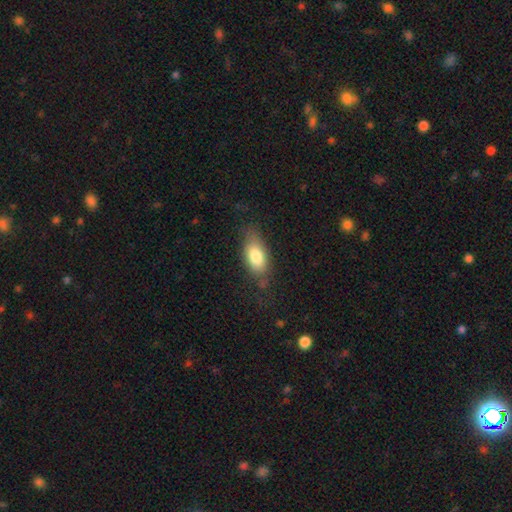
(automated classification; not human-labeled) smooth-or-featured: smooth: 77% | featured or disk: 16% | star or artifact: 8%
  how-rounded: in between: 84% | cigar-shaped: 11% | round: 5%
  merging: none: 68% | minor disturbance: 23% | major disturbance: 7% | merger: 2%